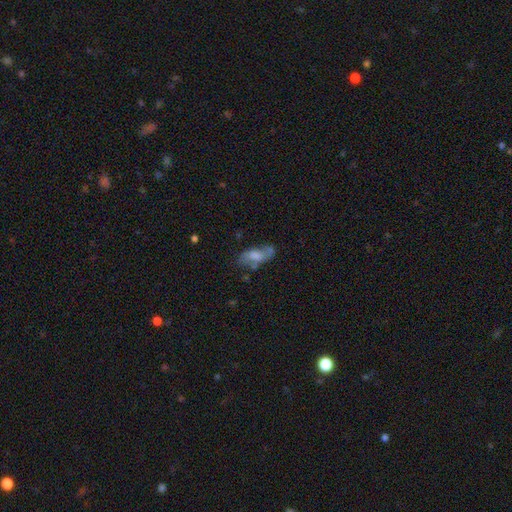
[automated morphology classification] A smooth galaxy with no disk features (57%) that is in between round and cigar-shaped (80%).

Vote fractions:
- Smooth or featured? smooth: 57% / featured or disk: 35% / star or artifact: 9%
- How rounded? in between: 80% / cigar-shaped: 16% / round: 4%
- Merging? none: 48% / minor disturbance: 26% / major disturbance: 15% / merger: 11%